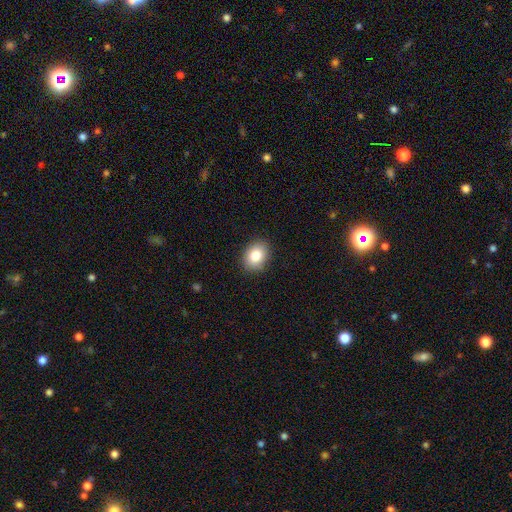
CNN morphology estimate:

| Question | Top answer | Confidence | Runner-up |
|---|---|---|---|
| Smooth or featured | smooth | 83% | star or artifact (9%) |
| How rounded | in between | 60% | round (39%) |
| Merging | none | 88% | minor disturbance (9%) |